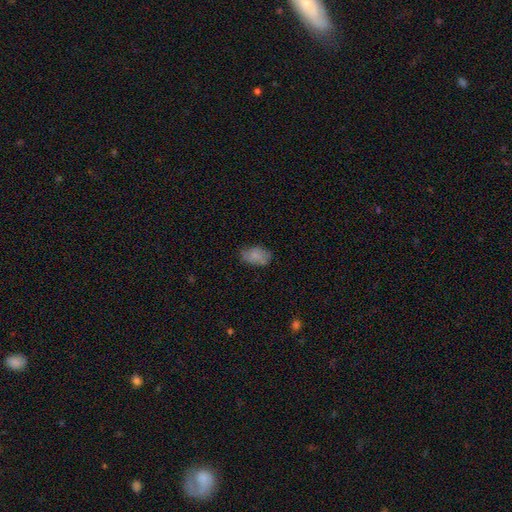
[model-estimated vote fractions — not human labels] Q: Smooth or featured?
A: smooth (80%); runner-up: featured or disk (11%)
Q: How rounded?
A: in between (91%); runner-up: round (7%)
Q: Merging?
A: none (66%); runner-up: minor disturbance (26%)